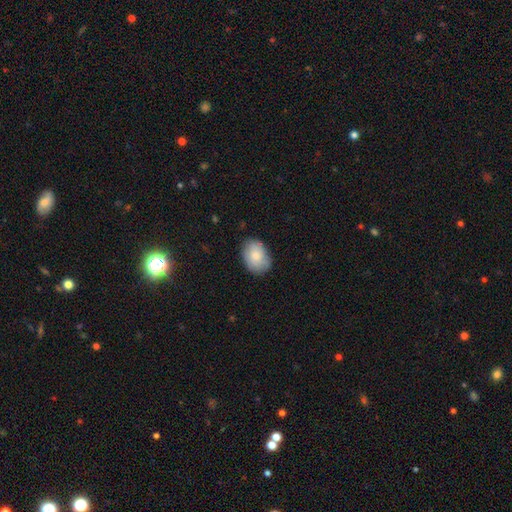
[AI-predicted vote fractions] This is likely a smooth galaxy (80%). How rounded: likely in between (76%). Merging: likely none (80%).